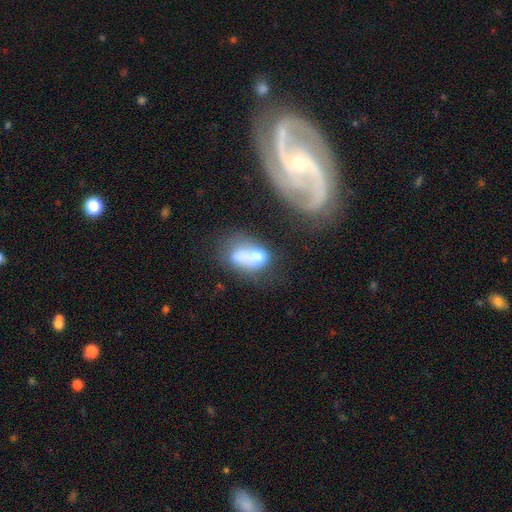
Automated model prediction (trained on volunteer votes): Q: Smooth or featured?
A: smooth (54%); runner-up: featured or disk (37%)
Q: How rounded?
A: in between (85%); runner-up: round (11%)
Q: Merging?
A: none (29%); tied with: merger (29%)